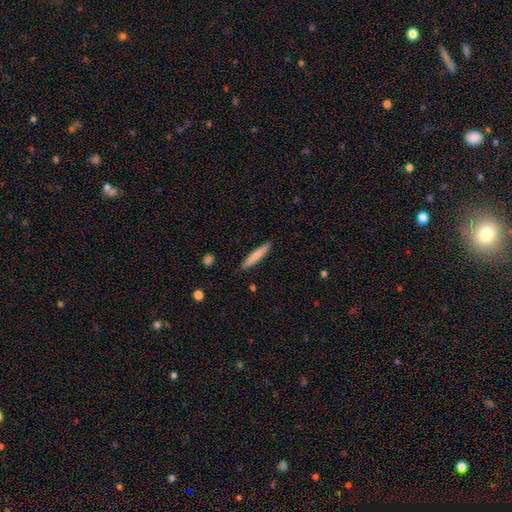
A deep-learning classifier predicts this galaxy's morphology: Overall: smooth (78%). How rounded: cigar-shaped (93%). Merging: none (89%).